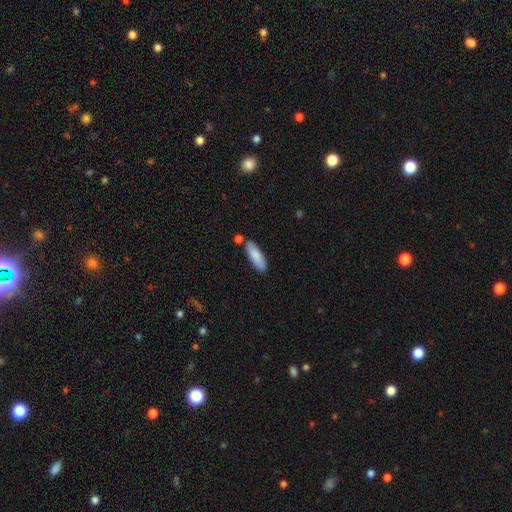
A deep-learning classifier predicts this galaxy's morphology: smooth_or_featured: smooth (p=0.84) [alt: featured or disk p=0.10]
how_rounded: in between (p=0.52) [alt: cigar-shaped p=0.47]
merging: none (p=0.78) [alt: minor disturbance p=0.13]